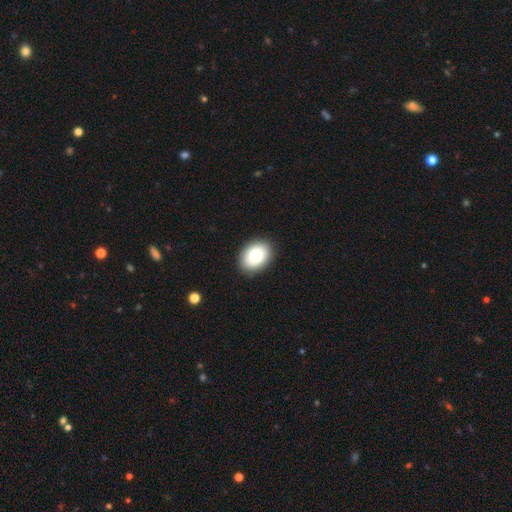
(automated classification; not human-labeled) Q: Smooth or featured?
A: smooth (83%); runner-up: featured or disk (10%)
Q: How rounded?
A: in between (76%); runner-up: round (23%)
Q: Merging?
A: none (89%); runner-up: minor disturbance (8%)